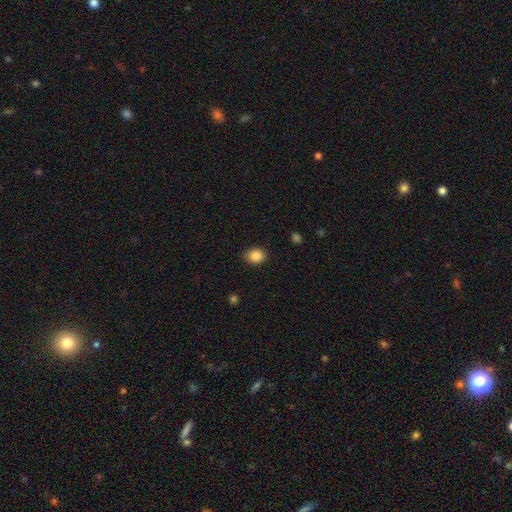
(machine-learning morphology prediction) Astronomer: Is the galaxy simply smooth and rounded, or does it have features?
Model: smooth — 87%.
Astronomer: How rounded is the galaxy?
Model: round — 56% (runner-up: in between, 43%).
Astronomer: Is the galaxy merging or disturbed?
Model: none — 85%.